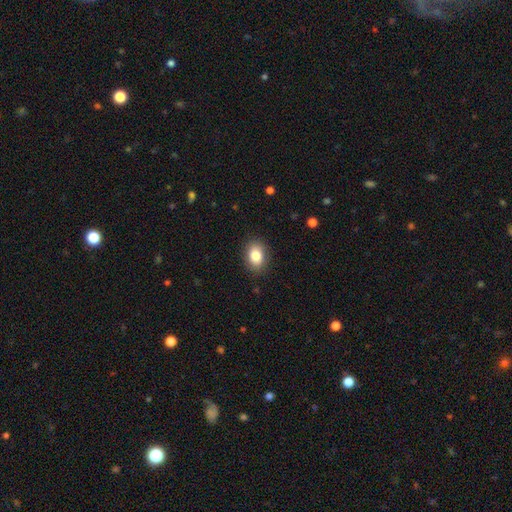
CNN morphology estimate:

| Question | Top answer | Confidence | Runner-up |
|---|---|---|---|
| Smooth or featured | smooth | 83% | star or artifact (9%) |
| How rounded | in between | 75% | round (24%) |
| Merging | none | 88% | minor disturbance (9%) |